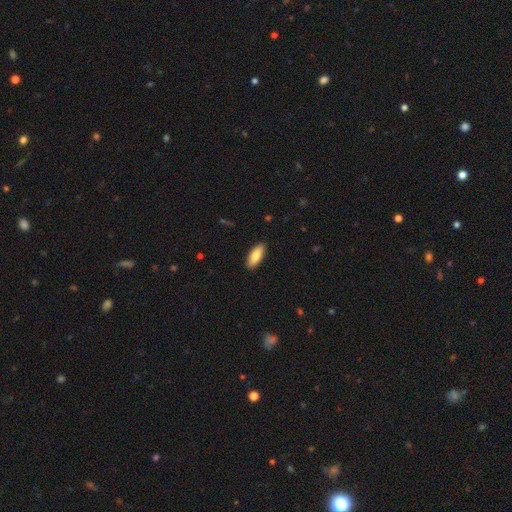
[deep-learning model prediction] This is clearly a smooth galaxy (84%). How rounded: clearly in between (81%). Merging: clearly none (90%).